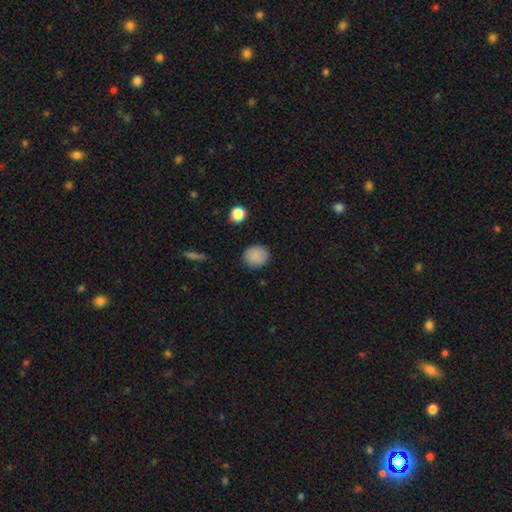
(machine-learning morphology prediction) smooth-or-featured: smooth: 86% | star or artifact: 9% | featured or disk: 4%
  how-rounded: round: 83% | in between: 16% | cigar-shaped: 1%
  merging: none: 87% | minor disturbance: 9% | major disturbance: 2% | merger: 1%